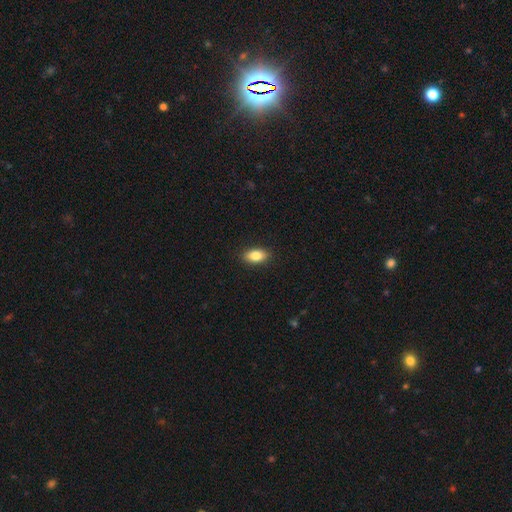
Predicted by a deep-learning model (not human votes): Smooth or featured: smooth — 84% (featured or disk — 9%)
How rounded: in between — 89% (round — 6%)
Merging: none — 90% (minor disturbance — 8%)